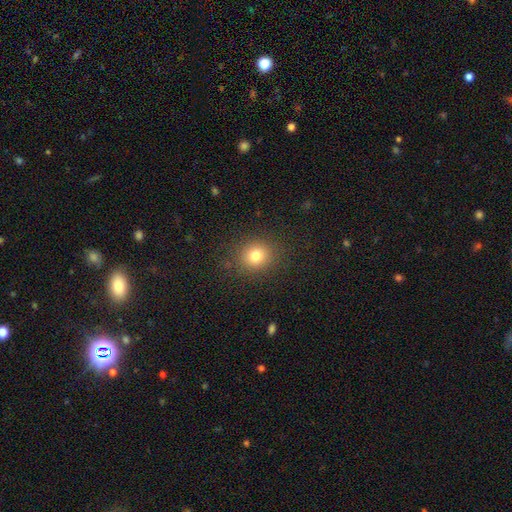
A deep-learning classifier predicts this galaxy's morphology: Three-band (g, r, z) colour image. It shows a smooth galaxy with no disk features (79%) that is round (81%). Merging: none (87%).